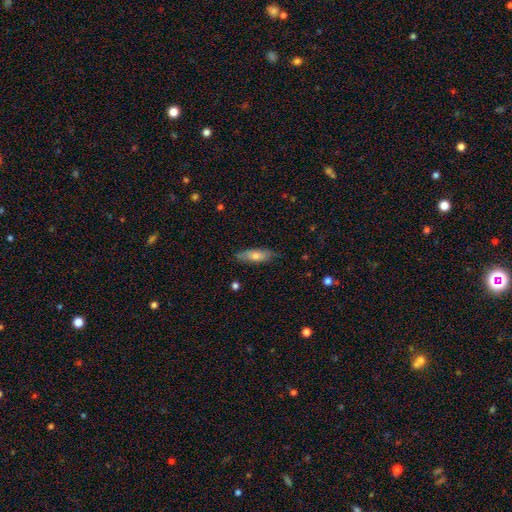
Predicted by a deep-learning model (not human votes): Q: Smooth or featured?
A: smooth (62%); runner-up: featured or disk (31%)
Q: How rounded?
A: cigar-shaped (52%); runner-up: in between (46%)
Q: Merging?
A: none (82%); runner-up: minor disturbance (14%)